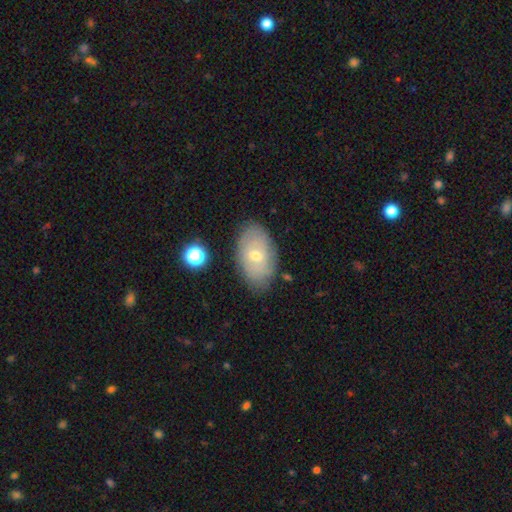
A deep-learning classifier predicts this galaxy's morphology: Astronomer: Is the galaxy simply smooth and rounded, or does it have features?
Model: smooth — 50% (runner-up: featured or disk, 42%).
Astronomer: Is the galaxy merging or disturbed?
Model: none — 78%.